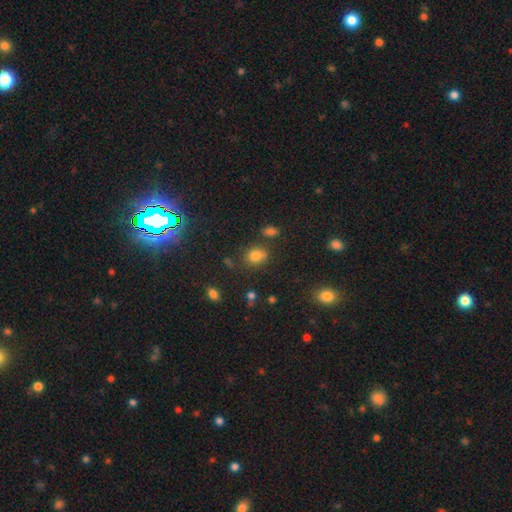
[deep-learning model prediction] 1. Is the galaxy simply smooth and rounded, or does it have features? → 76% smooth, 17% star or artifact, 7% featured or disk.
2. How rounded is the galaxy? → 50% round, 48% in between, 1% cigar-shaped.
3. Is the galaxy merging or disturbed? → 70% none, 16% minor disturbance, 8% merger, 5% major disturbance.